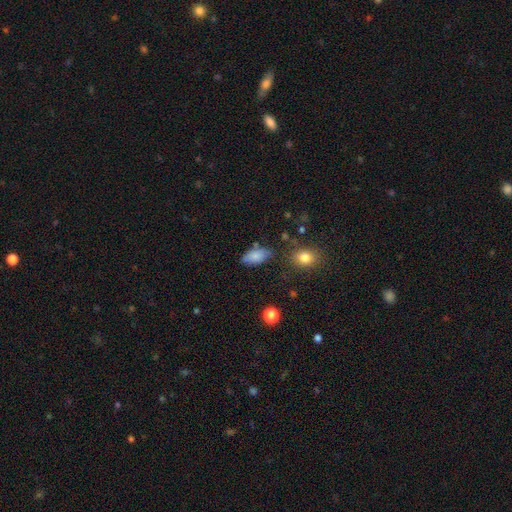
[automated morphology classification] Q: Smooth or featured?
A: smooth (82%); runner-up: featured or disk (10%)
Q: How rounded?
A: in between (91%); runner-up: cigar-shaped (6%)
Q: Merging?
A: none (70%); runner-up: minor disturbance (21%)